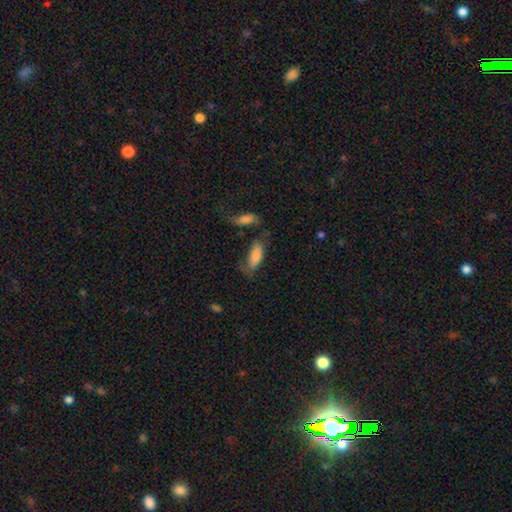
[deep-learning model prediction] Q: Smooth or featured?
A: smooth (77%); runner-up: featured or disk (16%)
Q: How rounded?
A: in between (73%); runner-up: cigar-shaped (25%)
Q: Merging?
A: none (46%); runner-up: minor disturbance (23%)